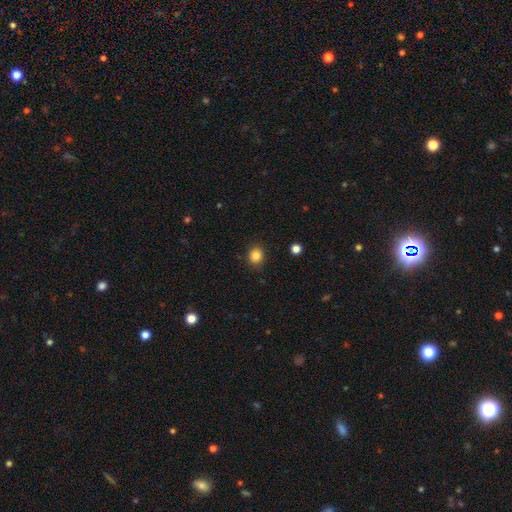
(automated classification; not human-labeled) smooth 85%, star or artifact 11%, featured or disk 4%. Down the decision tree: how rounded — round (75%); merging — none (87%).